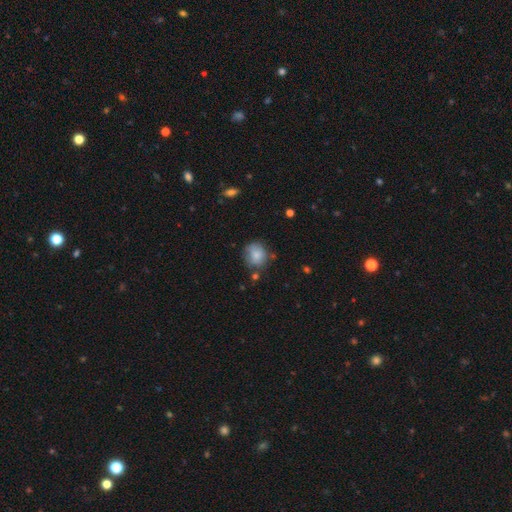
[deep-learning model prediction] Smooth or featured? smooth (78%)
How rounded? round (78%)
Merging? none (66%)